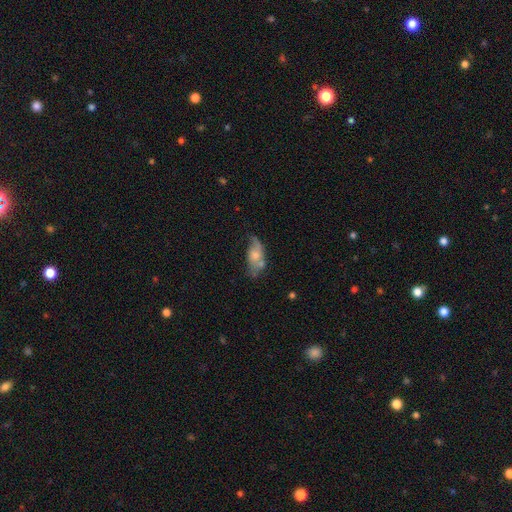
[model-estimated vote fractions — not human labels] Morphology: type=featured or disk (48%); merging=none (33%).